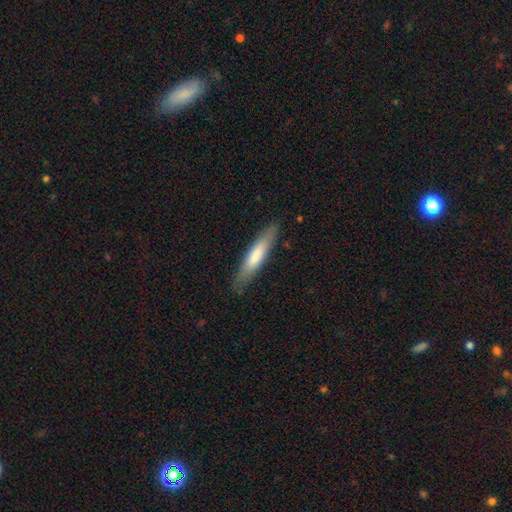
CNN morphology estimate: Smooth or featured? Predicted: smooth (p=0.70). How rounded? Predicted: cigar-shaped (p=0.85). Merging? Predicted: none (p=0.85).